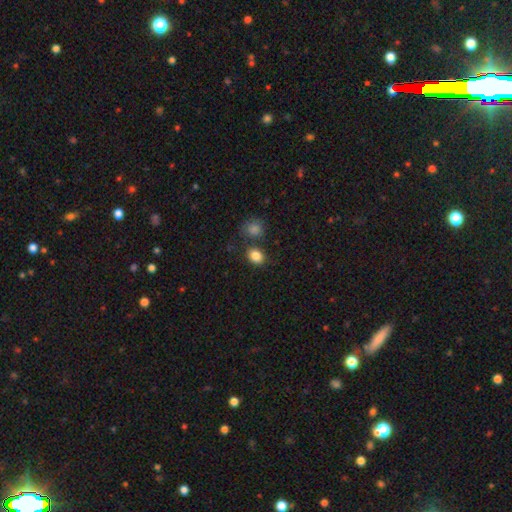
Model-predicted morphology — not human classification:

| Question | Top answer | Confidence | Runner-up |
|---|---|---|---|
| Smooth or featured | smooth | 85% | star or artifact (10%) |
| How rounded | in between | 55% | round (44%) |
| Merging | none | 71% | merger (14%) |